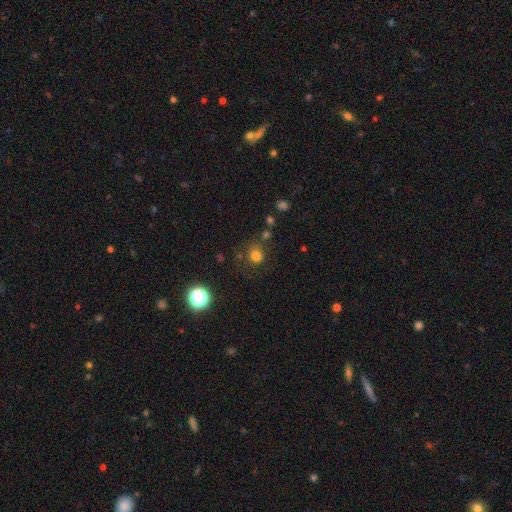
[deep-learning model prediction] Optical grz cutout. It shows a smooth galaxy with no disk features (76%) that is round (83%). Merging: none (74%).